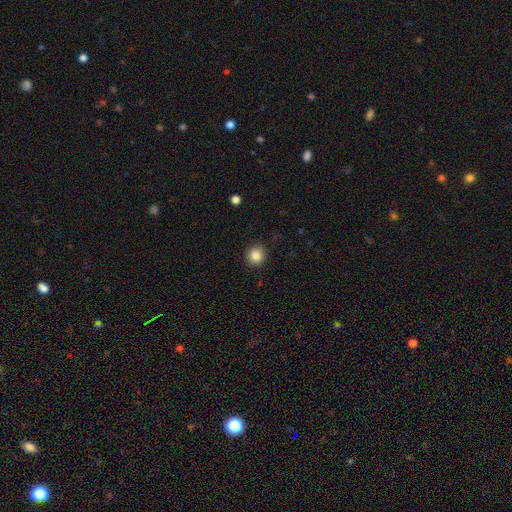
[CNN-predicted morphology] type=smooth (85%); roundness=round (92%); merging=none (91%).